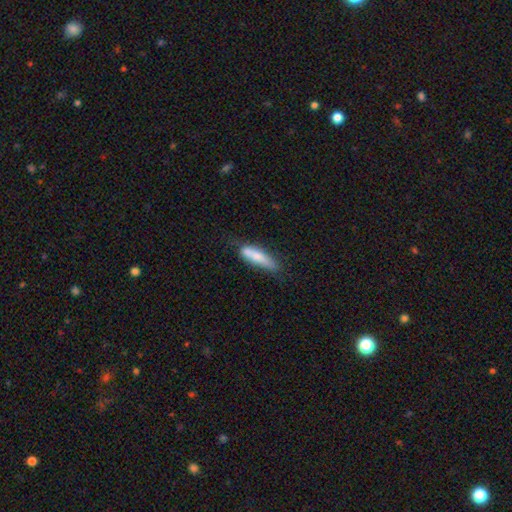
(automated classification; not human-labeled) Q: Smooth or featured?
A: smooth (72%); runner-up: featured or disk (22%)
Q: How rounded?
A: cigar-shaped (67%); runner-up: in between (31%)
Q: Merging?
A: none (54%); runner-up: minor disturbance (29%)